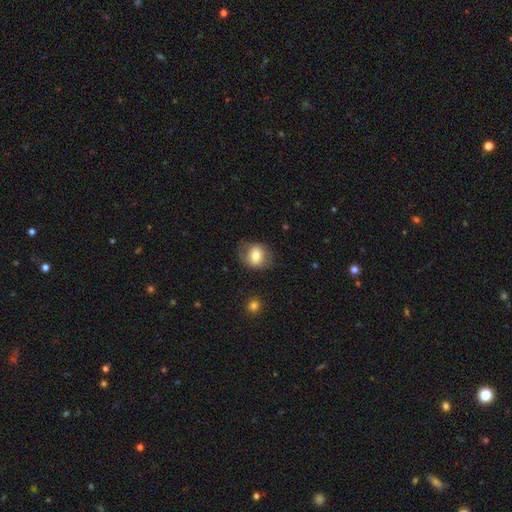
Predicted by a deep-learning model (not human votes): Smooth or featured? Predicted: smooth (p=0.68). How rounded? Predicted: round (p=0.62). Merging? Predicted: none (p=0.72).